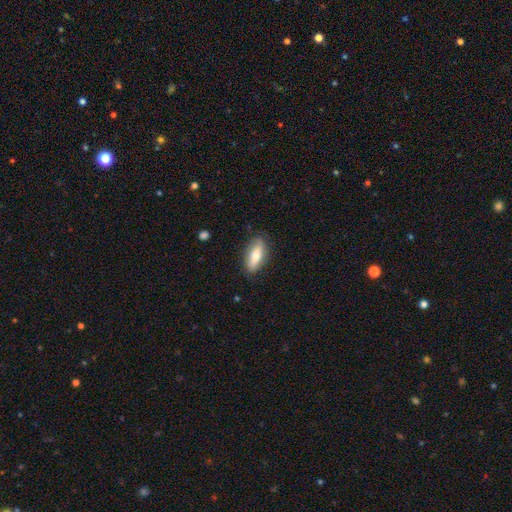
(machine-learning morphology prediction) A smooth galaxy with no disk features (65%) that is in between round and cigar-shaped (72%).

Vote fractions:
- Smooth or featured? smooth: 65% / featured or disk: 29% / star or artifact: 6%
- How rounded? in between: 72% / cigar-shaped: 25% / round: 3%
- Merging? none: 83% / minor disturbance: 13% / major disturbance: 3% / merger: 1%